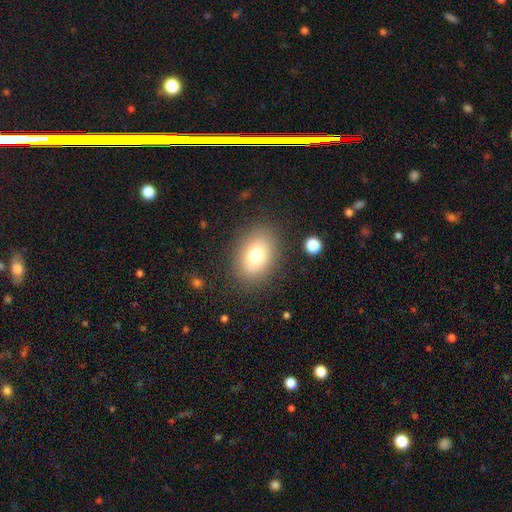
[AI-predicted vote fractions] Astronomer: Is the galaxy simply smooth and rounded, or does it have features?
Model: smooth — 76%.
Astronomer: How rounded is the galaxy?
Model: in between — 75%.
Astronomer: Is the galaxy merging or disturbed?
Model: none — 84%.